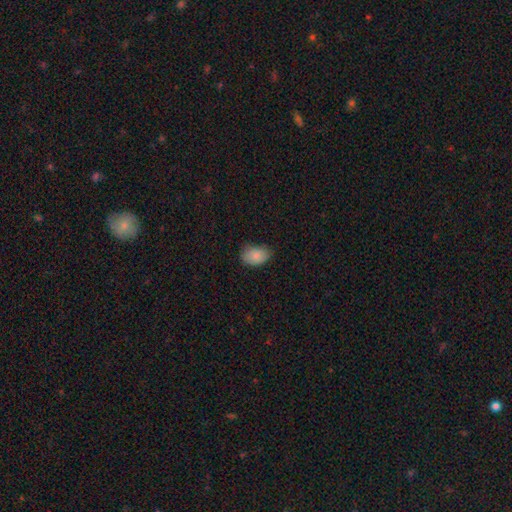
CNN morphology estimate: smooth-or-featured: smooth: 86% | star or artifact: 7% | featured or disk: 7%
  how-rounded: in between: 86% | round: 13% | cigar-shaped: 1%
  merging: none: 70% | minor disturbance: 25% | major disturbance: 4% | merger: 1%